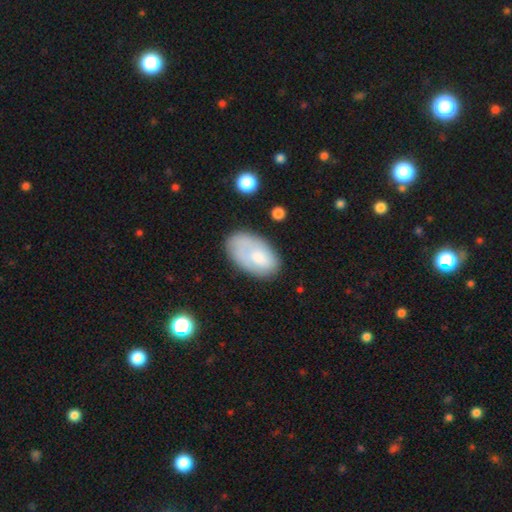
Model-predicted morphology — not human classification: This appears to be a smooth galaxy with no disk features (70%) that is in between round and cigar-shaped (95%). Merging: none (60%).